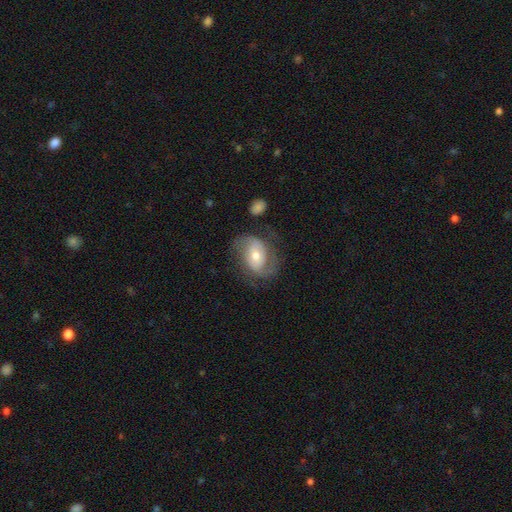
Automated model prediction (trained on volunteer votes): A featured or disk galaxy (64%) with no bar (47%), 2 (72%) medium (45%) spiral arms (82%) and a moderate central bulge (60%). Merging: none (57%).